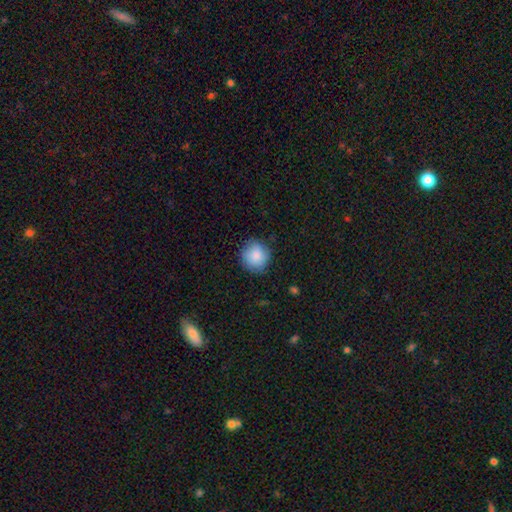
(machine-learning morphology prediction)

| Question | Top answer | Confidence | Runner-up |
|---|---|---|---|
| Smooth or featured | smooth | 86% | star or artifact (7%) |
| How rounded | round | 90% | in between (9%) |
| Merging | none | 82% | minor disturbance (14%) |